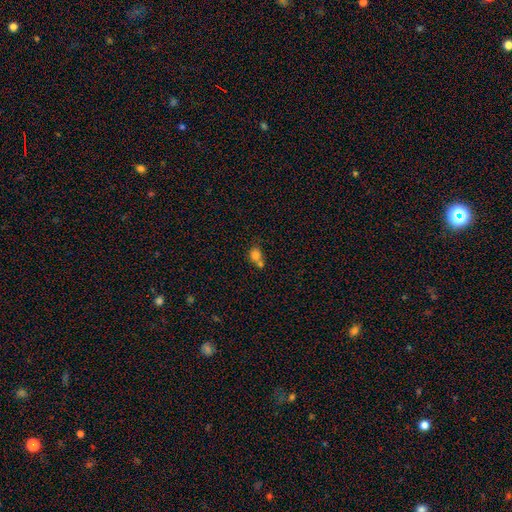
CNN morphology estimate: Overall: smooth (78%). How rounded: round (64%; in between 35%). Merging: merger (51%; none 35%).